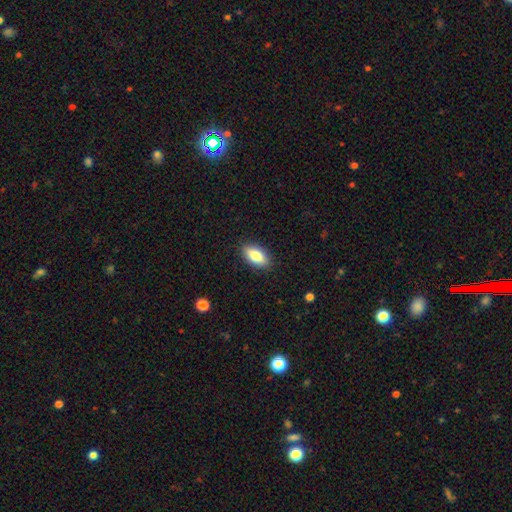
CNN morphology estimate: The model was most divided on "smooth or featured": smooth: 81%, featured or disk: 12%, star or artifact: 7%. More confident: merging — none (88%); how rounded — in between (88%).